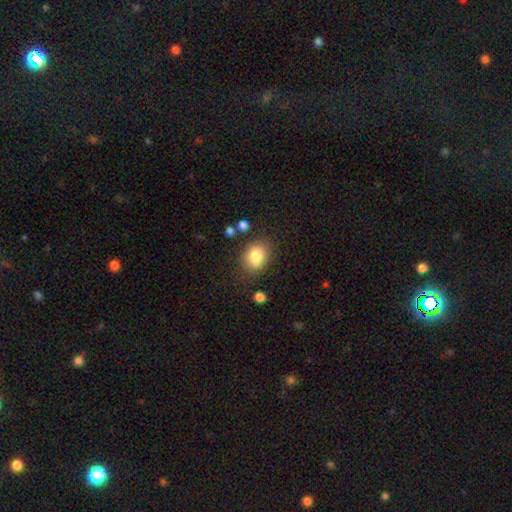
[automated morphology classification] A smooth galaxy with no disk features (78%) that is in between round and cigar-shaped (50%).

Vote fractions:
- Smooth or featured? smooth: 78% / featured or disk: 11% / star or artifact: 10%
- How rounded? in between: 50% / round: 49% / cigar-shaped: 1%
- Merging? none: 64% / minor disturbance: 18% / merger: 13% / major disturbance: 5%